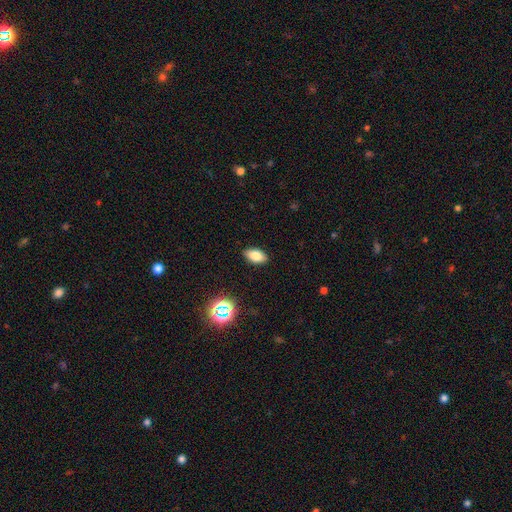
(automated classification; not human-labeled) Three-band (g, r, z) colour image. It shows a smooth galaxy with no disk features (78%) that is in between round and cigar-shaped (91%). Merging: none (88%).